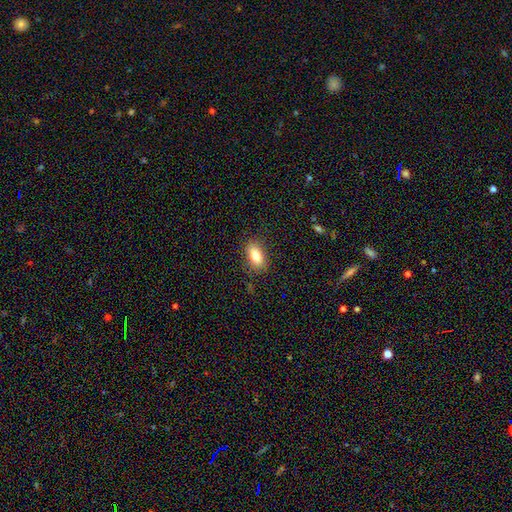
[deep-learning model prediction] A smooth galaxy with no disk features (81%) that is in between round and cigar-shaped (89%). Merging: none (83%).